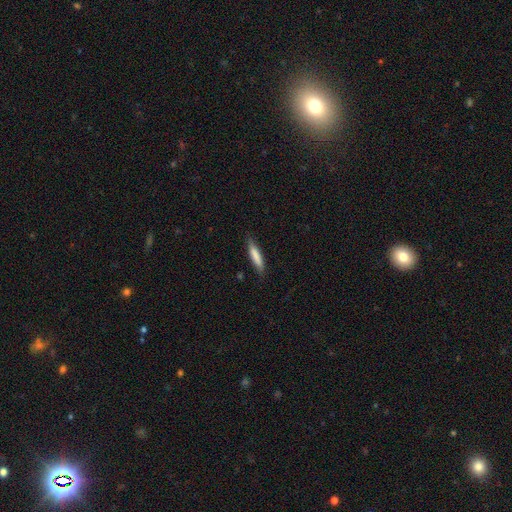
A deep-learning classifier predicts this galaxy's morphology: type=smooth (79%); roundness=cigar-shaped (83%); merging=none (80%).